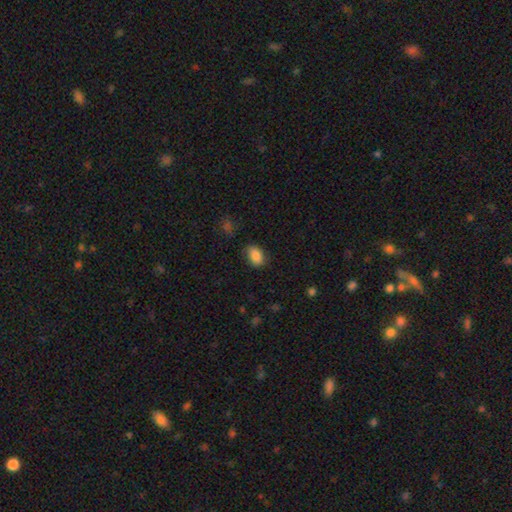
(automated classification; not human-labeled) Overall: smooth (86%). How rounded: in between (84%). Merging: none (77%).